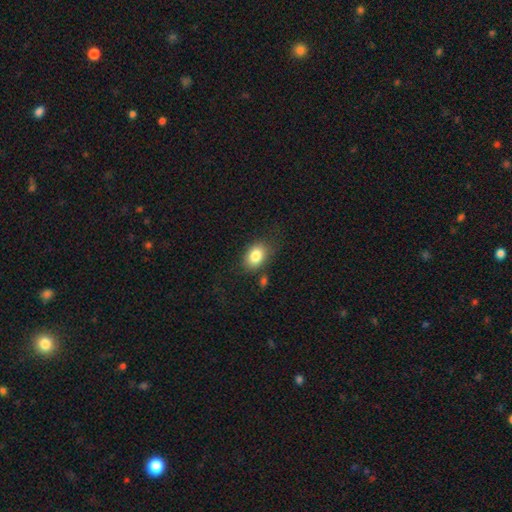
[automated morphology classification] Smooth or featured? Predicted: smooth (p=0.84). How rounded? Predicted: in between (p=0.75). Merging? Predicted: none (p=0.73).